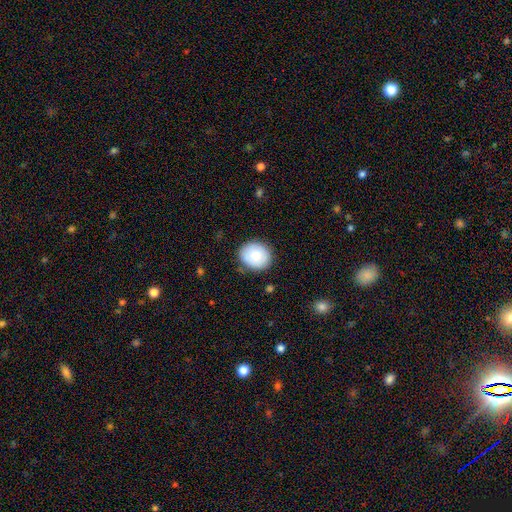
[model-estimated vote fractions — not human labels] A smooth galaxy with no disk features (78%) that is round (70%).

Vote fractions:
- Smooth or featured? smooth: 78% / featured or disk: 15% / star or artifact: 7%
- How rounded? round: 70% / in between: 29% / cigar-shaped: 1%
- Merging? none: 84% / minor disturbance: 12% / major disturbance: 3% / merger: 1%